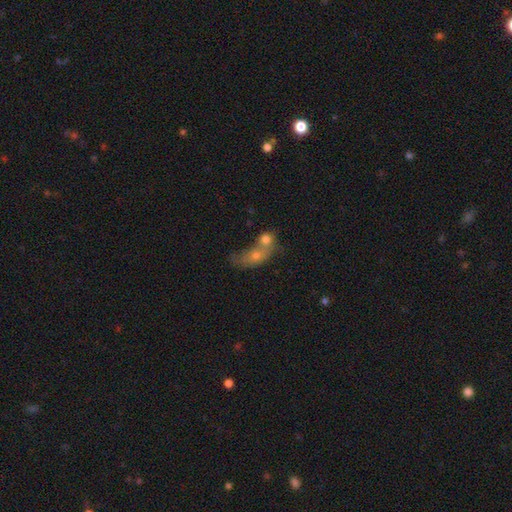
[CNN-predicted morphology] Smooth or featured? Predicted: smooth (p=0.65). How rounded? Predicted: in between (p=0.64). Merging? Predicted: merger (p=0.70).